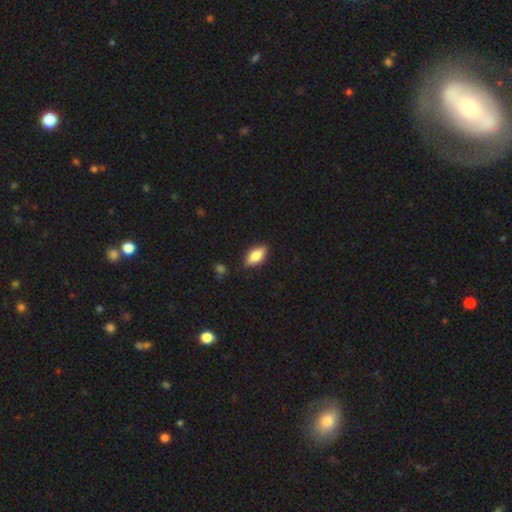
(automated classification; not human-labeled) Morphology: type=smooth (73%); roundness=in between (81%); merging=none (85%).